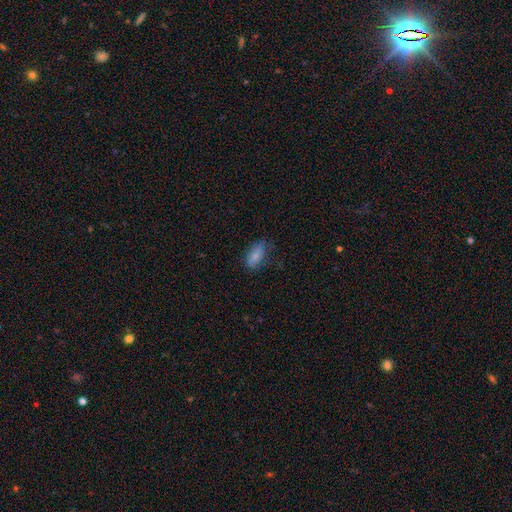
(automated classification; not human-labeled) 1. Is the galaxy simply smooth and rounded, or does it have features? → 77% smooth, 15% featured or disk, 8% star or artifact.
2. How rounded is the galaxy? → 86% in between, 11% cigar-shaped, 4% round.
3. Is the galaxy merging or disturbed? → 65% none, 26% minor disturbance, 8% major disturbance, 2% merger.